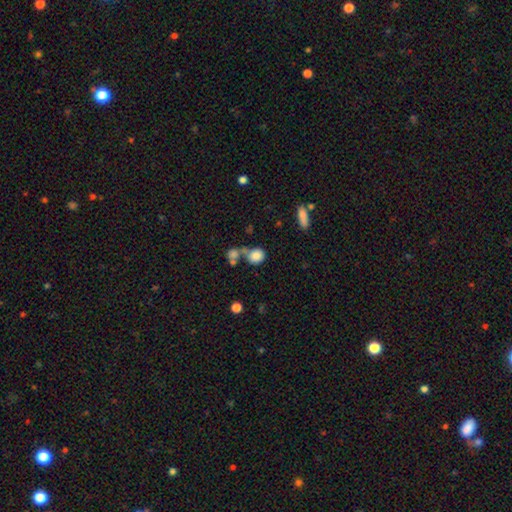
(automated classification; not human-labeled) Morphology: type=smooth (83%); roundness=round (77%); merging=none (47%).